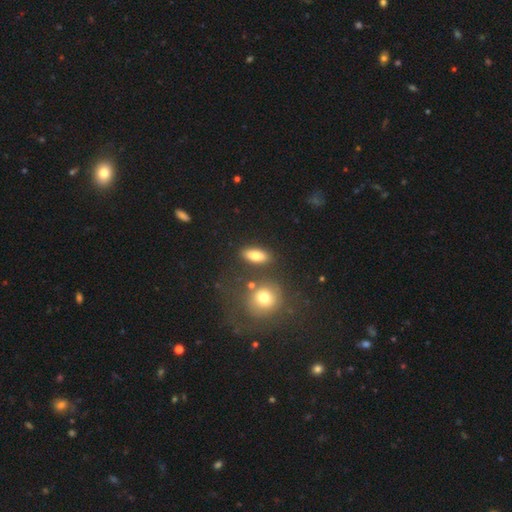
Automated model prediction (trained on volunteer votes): A smooth galaxy with no disk features (76%) that is in between round and cigar-shaped (80%).

Vote fractions:
- Smooth or featured? smooth: 76% / featured or disk: 15% / star or artifact: 9%
- How rounded? in between: 80% / cigar-shaped: 13% / round: 8%
- Merging? none: 80% / minor disturbance: 10% / merger: 7% / major disturbance: 3%